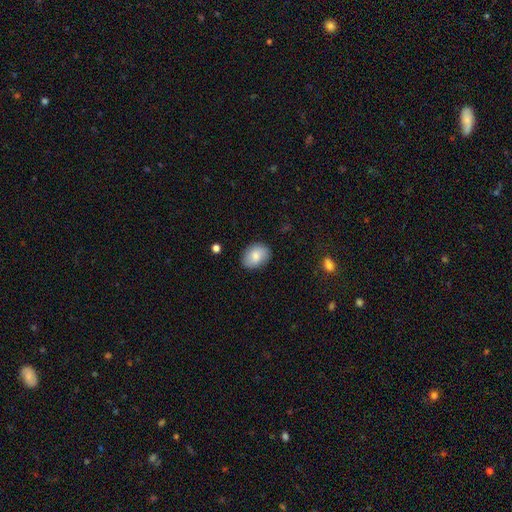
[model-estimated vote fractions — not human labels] Morphology: type=smooth (82%); roundness=in between (71%); merging=none (86%).